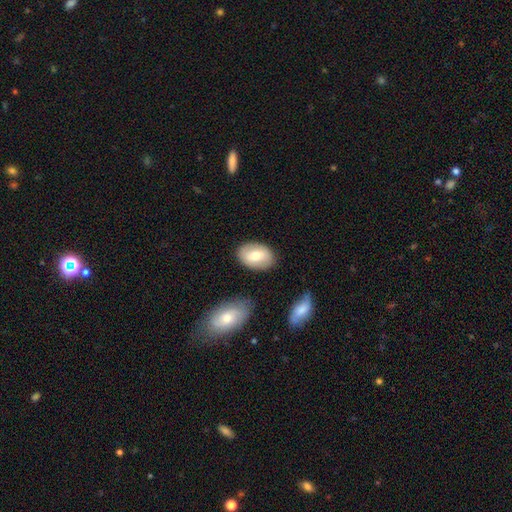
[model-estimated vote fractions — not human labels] This appears to be a smooth galaxy with no disk features (67%) that is in between round and cigar-shaped (85%). Merging: none (83%).